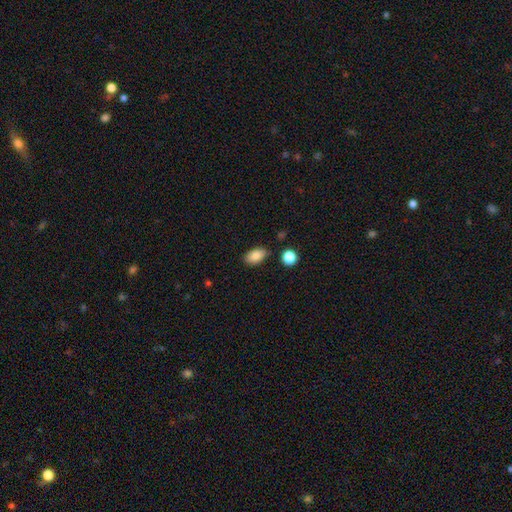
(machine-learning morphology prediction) smooth_or_featured: smooth (p=0.87) [alt: star or artifact p=0.08]
how_rounded: in between (p=0.91) [alt: round p=0.06]
merging: none (p=0.84) [alt: minor disturbance p=0.11]